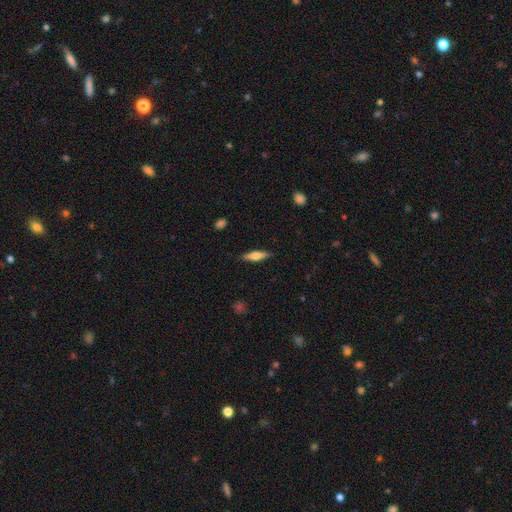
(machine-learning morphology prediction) Smooth or featured? Predicted: smooth (p=0.50). How rounded? Predicted: cigar-shaped (p=0.69). Merging? Predicted: none (p=0.87).